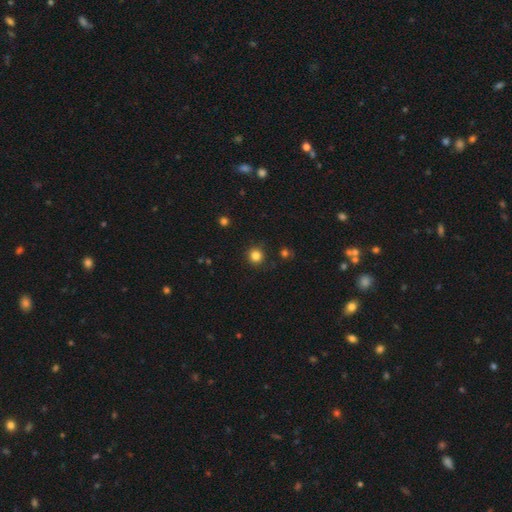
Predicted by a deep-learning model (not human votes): Overall: smooth (83%). How rounded: round (94%). Merging: none (90%).